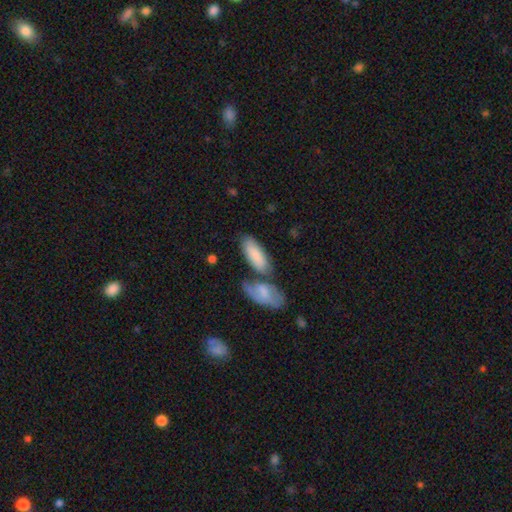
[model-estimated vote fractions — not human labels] Smooth or featured? Predicted: smooth (p=0.78). How rounded? Predicted: in between (p=0.79). Merging? Predicted: none (p=0.47).